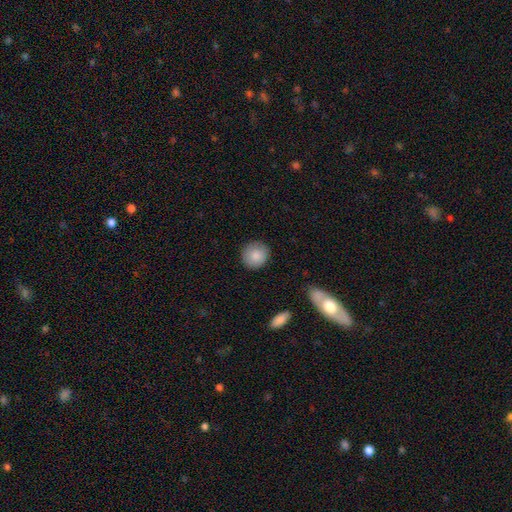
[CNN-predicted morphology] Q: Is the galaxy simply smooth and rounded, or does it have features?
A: smooth — 87%.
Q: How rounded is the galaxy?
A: round — 91%.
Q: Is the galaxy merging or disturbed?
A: none — 89%.